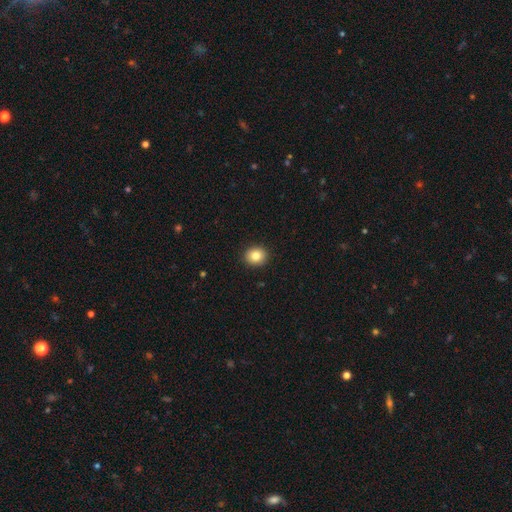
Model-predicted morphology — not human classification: This is clearly a smooth galaxy (84%). How rounded: likely round (73%). Merging: clearly none (92%).